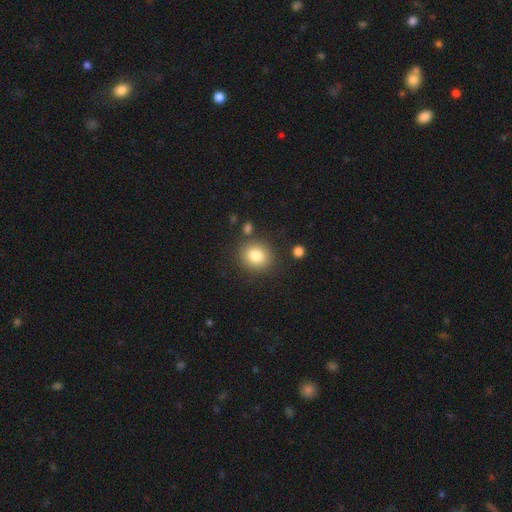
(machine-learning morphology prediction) smooth-or-featured: smooth: 82% | star or artifact: 10% | featured or disk: 8%
  how-rounded: round: 81% | in between: 18% | cigar-shaped: 1%
  merging: none: 83% | minor disturbance: 9% | merger: 5% | major disturbance: 3%